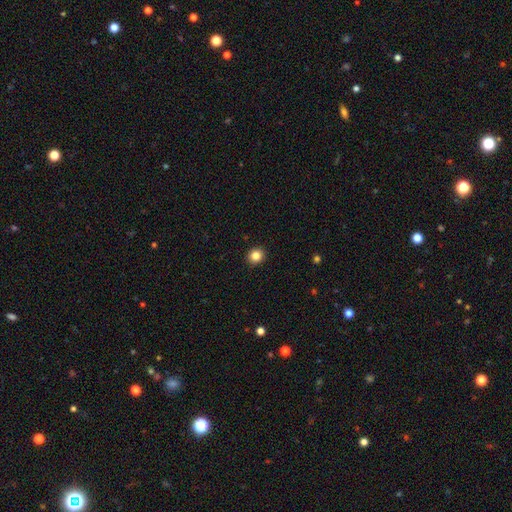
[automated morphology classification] Smooth or featured?
  - smooth: 84% *
  - star or artifact: 11%
  - featured or disk: 5%
How rounded?
  - round: 84% *
  - in between: 15%
  - cigar-shaped: 1%
Merging?
  - none: 92% *
  - minor disturbance: 5%
  - major disturbance: 2%
  - merger: 1%